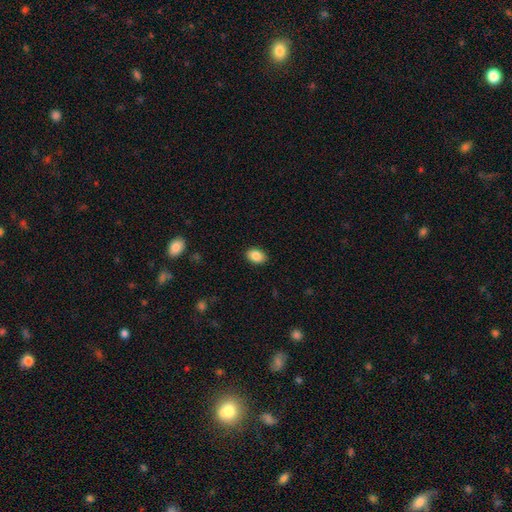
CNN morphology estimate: The model was most divided on "how rounded": in between: 83%, round: 16%, cigar-shaped: 1%. More confident: merging — none (89%); smooth or featured — smooth (87%).